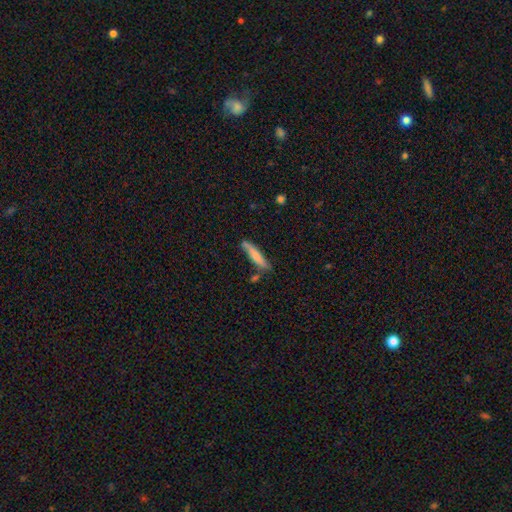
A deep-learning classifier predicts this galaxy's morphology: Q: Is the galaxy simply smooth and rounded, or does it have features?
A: smooth — 71%.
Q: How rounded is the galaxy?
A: cigar-shaped — 88%.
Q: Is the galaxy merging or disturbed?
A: none — 72%.